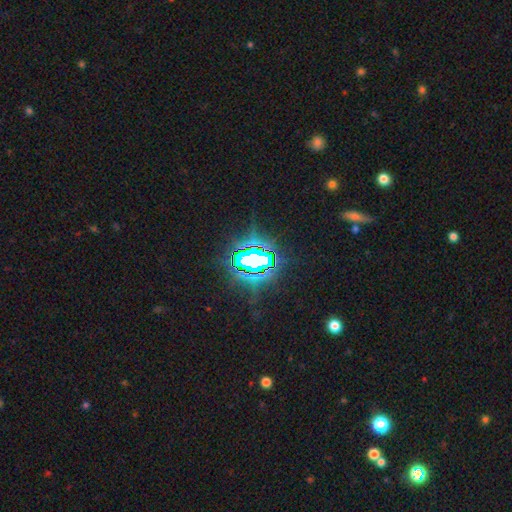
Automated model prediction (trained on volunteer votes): Q: Smooth or featured?
A: star or artifact (78%); runner-up: featured or disk (12%)